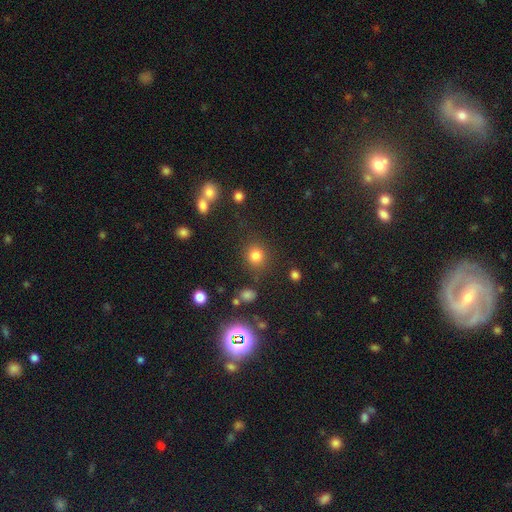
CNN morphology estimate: This is likely a smooth galaxy (79%). How rounded: clearly round (86%). Merging: clearly none (82%).